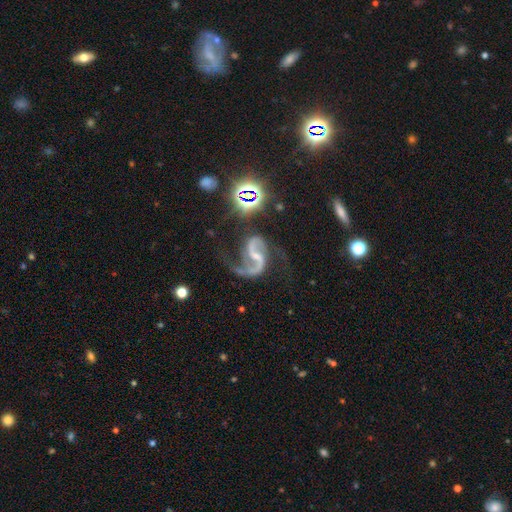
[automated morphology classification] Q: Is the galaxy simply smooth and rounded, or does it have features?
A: featured or disk — 89%.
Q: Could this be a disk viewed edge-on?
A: no — 98%.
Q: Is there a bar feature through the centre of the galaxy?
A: weak — 44%.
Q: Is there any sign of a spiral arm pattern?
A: yes — 97%.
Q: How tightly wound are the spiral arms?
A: loose — 61%.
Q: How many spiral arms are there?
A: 2 — 91%.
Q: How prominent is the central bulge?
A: small — 52%.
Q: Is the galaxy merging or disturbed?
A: none — 57%.